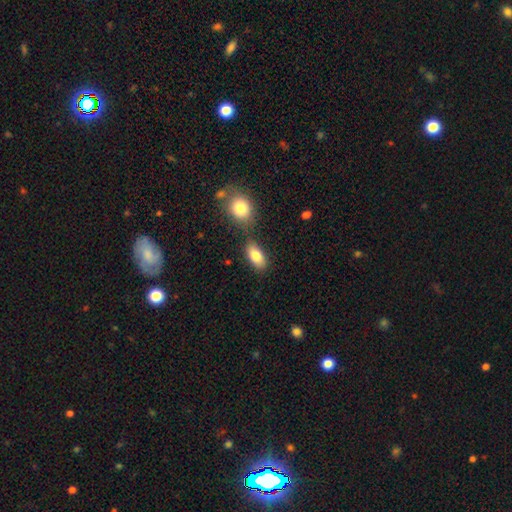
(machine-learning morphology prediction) smooth 83%, featured or disk 10%, star or artifact 7%. Down the decision tree: how rounded — in between (90%); merging — none (67%).